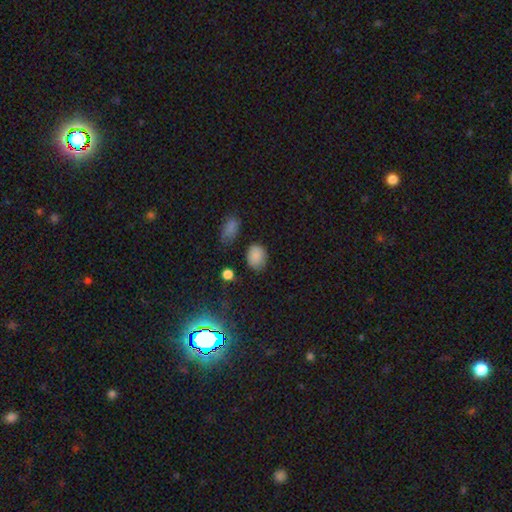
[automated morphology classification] type=smooth (84%); roundness=in between (59%); merging=none (77%).